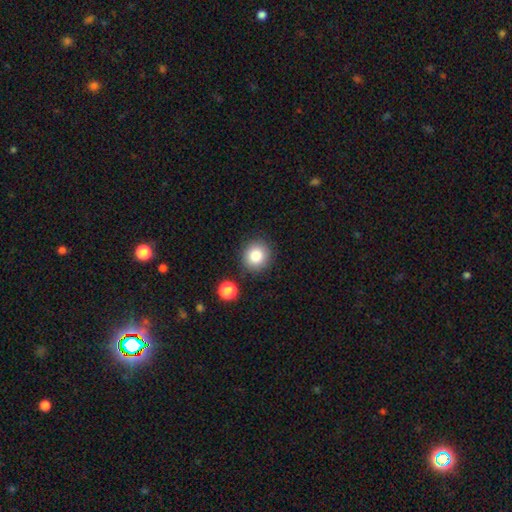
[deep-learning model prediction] The model was most divided on "smooth or featured": smooth: 84%, star or artifact: 10%, featured or disk: 6%. More confident: how rounded — round (88%); merging — none (85%).